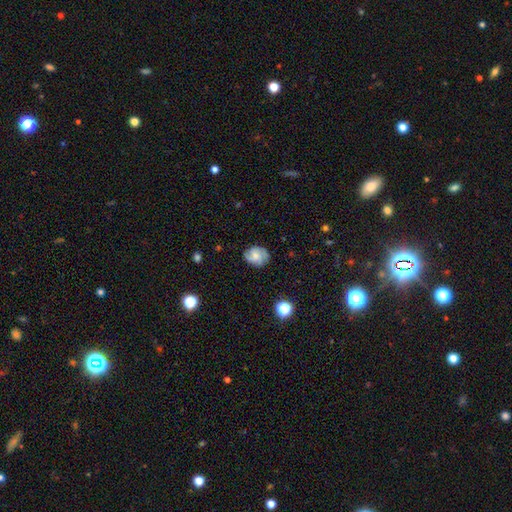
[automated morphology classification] This appears to be a featured or disk galaxy (53%) with no bar (58%), spiral arms (89%) and a small central bulge (44%). Merging: none (76%).